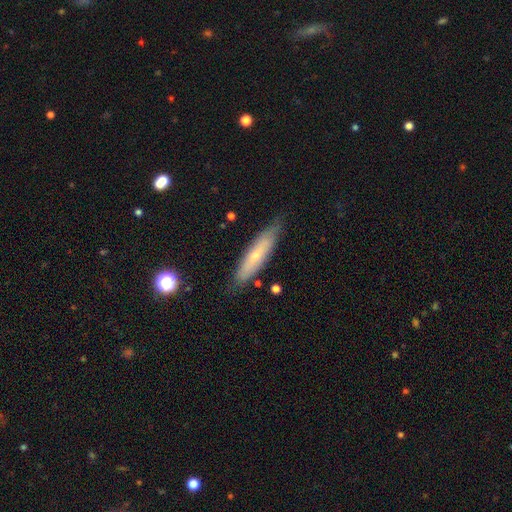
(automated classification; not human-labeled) Morphology: type=smooth (53%); roundness=cigar-shaped (78%); merging=none (79%).